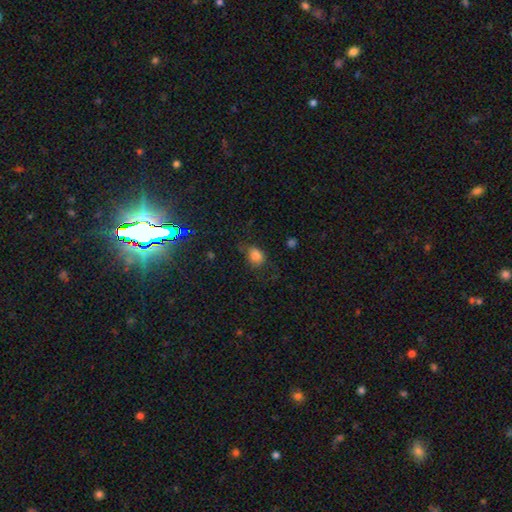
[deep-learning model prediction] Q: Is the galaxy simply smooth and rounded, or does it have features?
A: smooth — 80%.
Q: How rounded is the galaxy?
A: round — 50%.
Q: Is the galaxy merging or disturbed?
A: none — 59%.